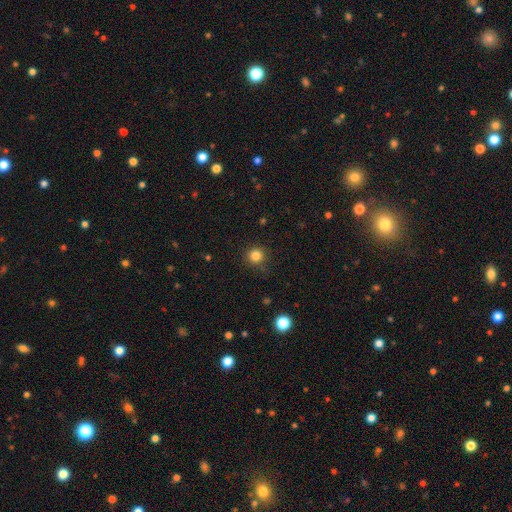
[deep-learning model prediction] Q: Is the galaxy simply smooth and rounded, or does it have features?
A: smooth — 83%.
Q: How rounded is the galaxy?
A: round — 94%.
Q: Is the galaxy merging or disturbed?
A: none — 85%.